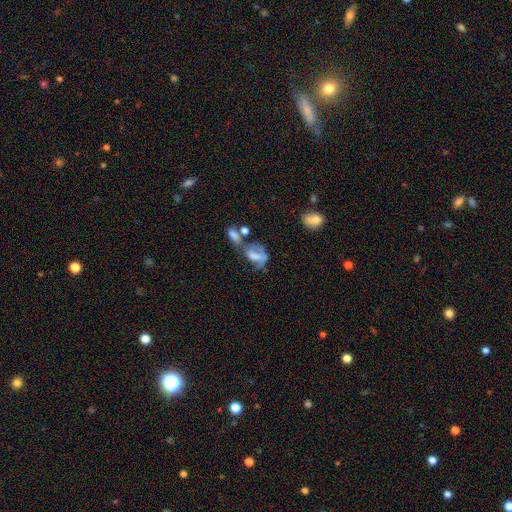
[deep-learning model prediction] A smooth galaxy with no disk features (48%).

Vote fractions:
- Smooth or featured? smooth: 48% / featured or disk: 40% / star or artifact: 12%
- Merging? merger: 39% / major disturbance: 28% / none: 18% / minor disturbance: 15%